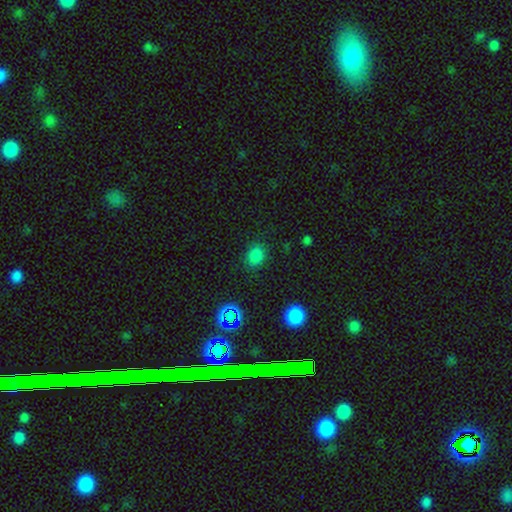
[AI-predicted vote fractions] A smooth galaxy with no disk features (77%) that is in between round and cigar-shaped (50%).

Vote fractions:
- Smooth or featured? smooth: 77% / star or artifact: 18% / featured or disk: 4%
- How rounded? in between: 50% / round: 49% / cigar-shaped: 1%
- Merging? none: 84% / minor disturbance: 11% / major disturbance: 4% / merger: 1%